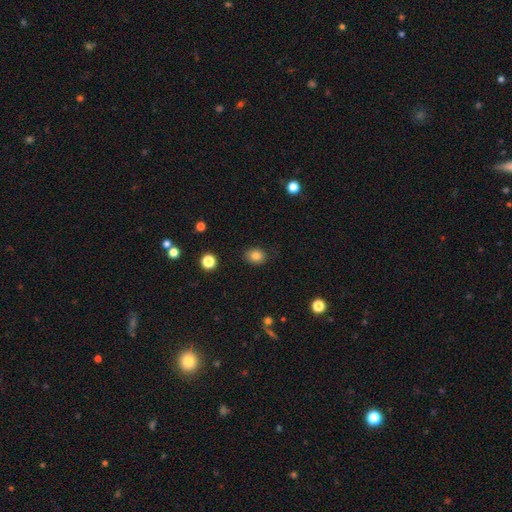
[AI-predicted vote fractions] Smooth or featured? smooth (82%)
How rounded? in between (50%)
Merging? none (85%)